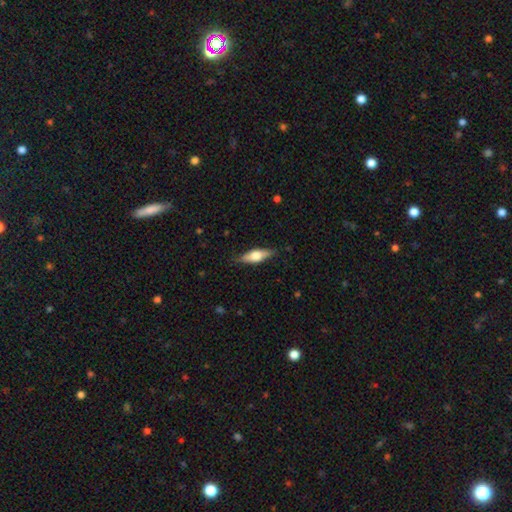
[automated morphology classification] Smooth or featured? Predicted: smooth (p=0.49). Merging? Predicted: none (p=0.83).